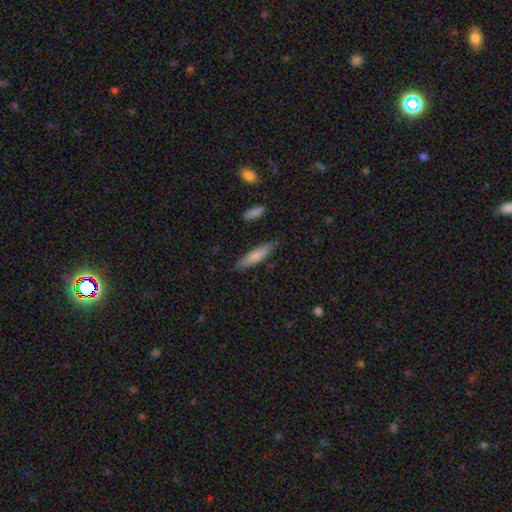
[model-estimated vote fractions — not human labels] Smooth or featured? smooth (78%)
How rounded? cigar-shaped (77%)
Merging? none (85%)